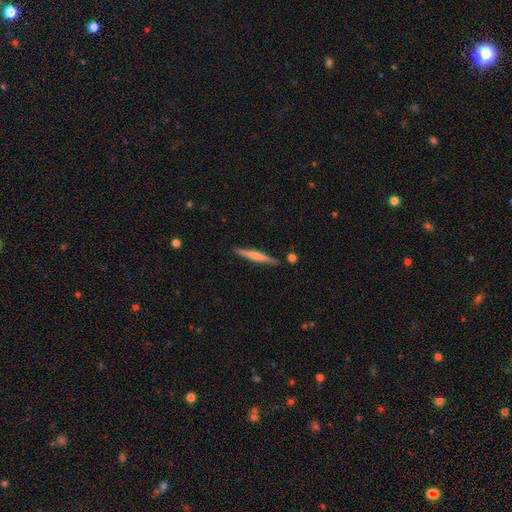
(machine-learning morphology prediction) Smooth or featured? smooth (53%)
How rounded? cigar-shaped (95%)
Merging? none (87%)